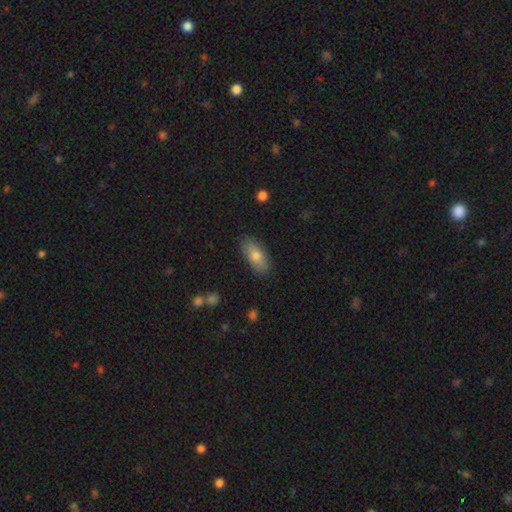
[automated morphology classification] Smooth or featured? Predicted: smooth (p=0.77). How rounded? Predicted: in between (p=0.85). Merging? Predicted: none (p=0.85).